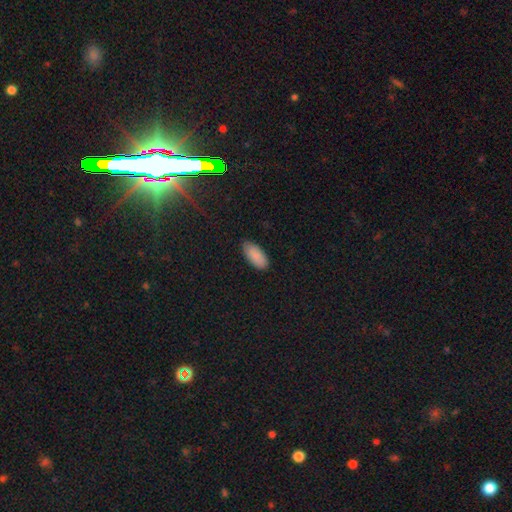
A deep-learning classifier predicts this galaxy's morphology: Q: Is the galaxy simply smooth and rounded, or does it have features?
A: smooth — 90%.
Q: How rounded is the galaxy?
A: in between — 92%.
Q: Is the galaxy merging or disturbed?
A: none — 83%.